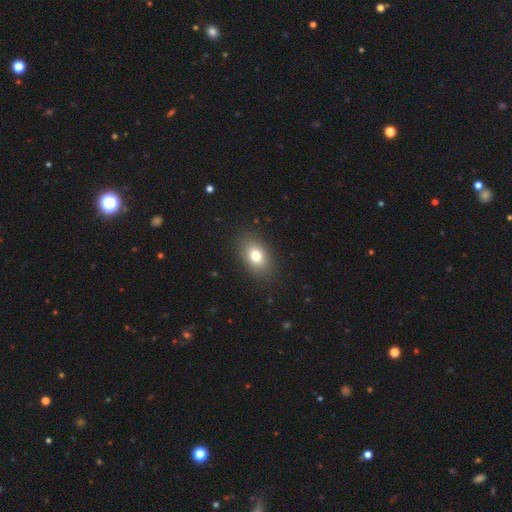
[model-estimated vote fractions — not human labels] Morphology: type=smooth (76%); roundness=in between (80%); merging=none (87%).